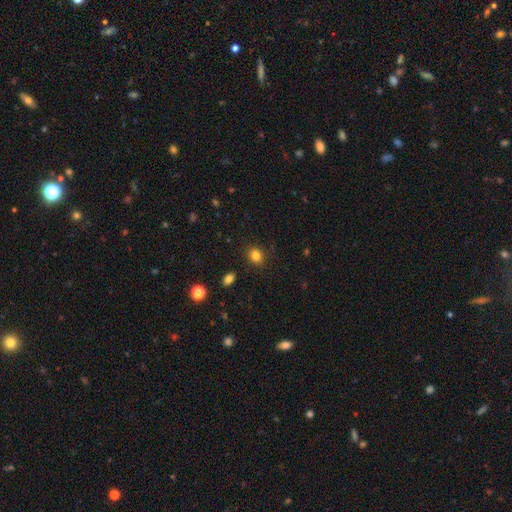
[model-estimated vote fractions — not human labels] smooth-or-featured: smooth: 83% | star or artifact: 11% | featured or disk: 6%
  how-rounded: round: 59% | in between: 40% | cigar-shaped: 1%
  merging: none: 87% | minor disturbance: 9% | major disturbance: 2% | merger: 2%